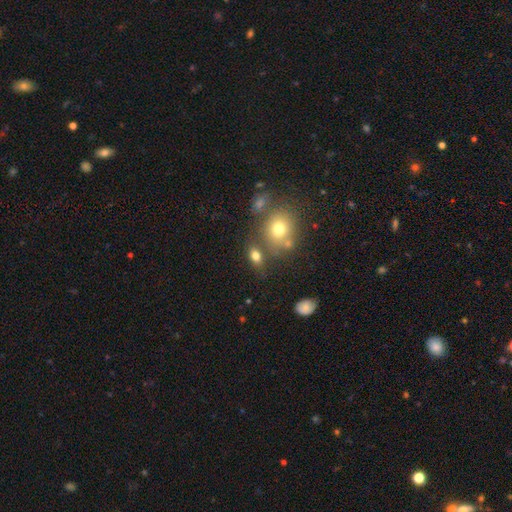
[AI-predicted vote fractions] Smooth or featured? smooth (77%)
How rounded? in between (74%)
Merging? none (66%)